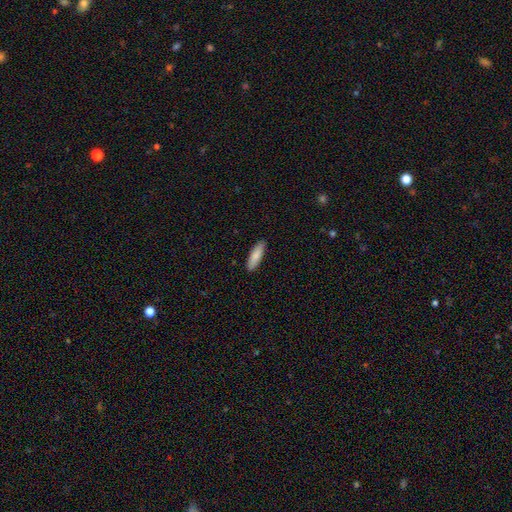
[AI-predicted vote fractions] A smooth galaxy with no disk features (84%) that is cigar-shaped (53%). Merging: none (89%).